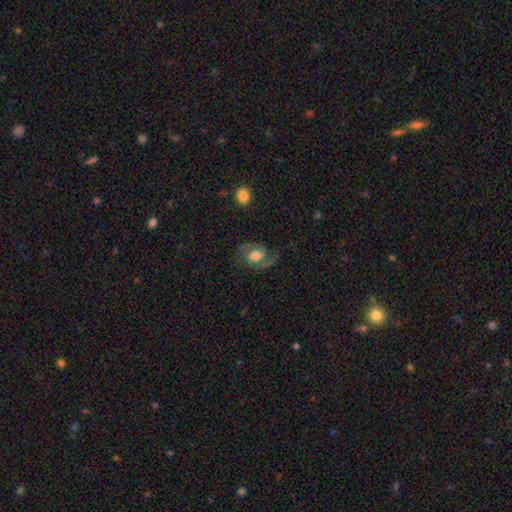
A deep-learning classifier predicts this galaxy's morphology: Smooth or featured: featured or disk — 78% (smooth — 15%)
Edge-on disk: no — 97% (yes — 3%)
Bar: no — 54% (weak — 36%)
Spiral arms: yes — 94% (no — 6%)
Spiral winding: medium — 55% (loose — 24%)
Spiral arm count: 2 — 86% (1 — 7%)
Bulge size: moderate — 68% (large — 15%)
Merging: none — 71% (minor disturbance — 16%)